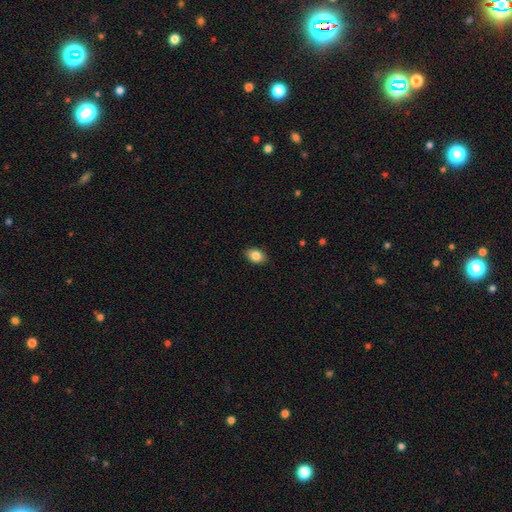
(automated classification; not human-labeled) Smooth or featured? Predicted: smooth (p=0.84). How rounded? Predicted: in between (p=0.81). Merging? Predicted: none (p=0.88).